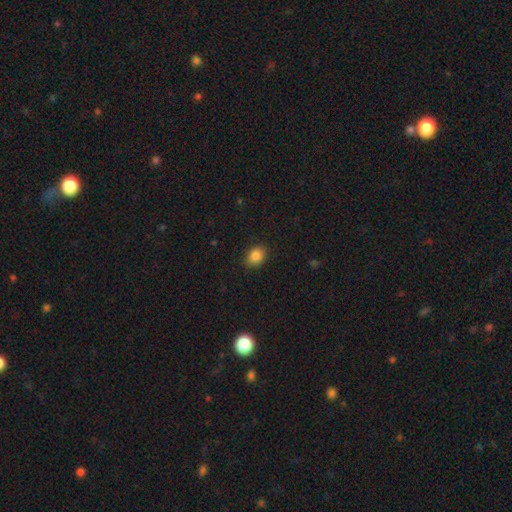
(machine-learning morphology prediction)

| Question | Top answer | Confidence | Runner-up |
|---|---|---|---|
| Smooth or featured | smooth | 85% | star or artifact (10%) |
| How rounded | in between | 59% | round (40%) |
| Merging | none | 87% | minor disturbance (10%) |